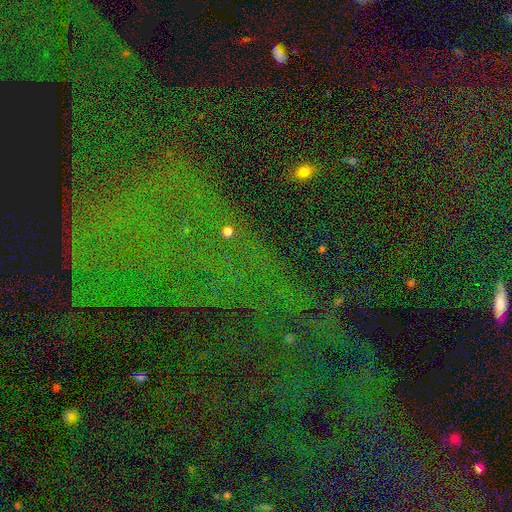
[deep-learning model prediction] smooth-or-featured: star or artifact: 81% | smooth: 10% | featured or disk: 10%